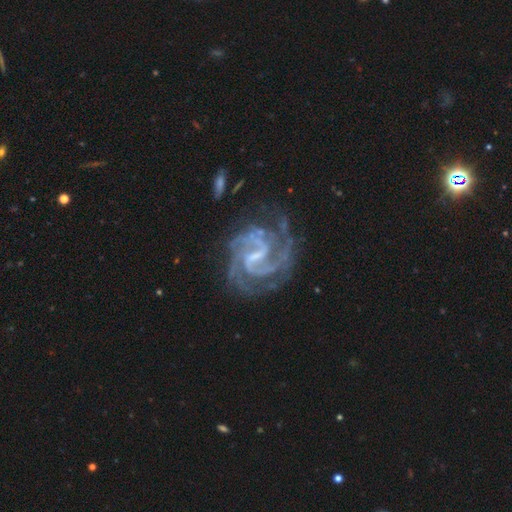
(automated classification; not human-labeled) smooth_or_featured: featured or disk (p=0.92) [alt: star or artifact p=0.05]
disk_edge_on: no (p=0.98) [alt: yes p=0.02]
bar: weak (p=0.51) [alt: strong p=0.36]
has_spiral_arms: yes (p=0.98) [alt: no p=0.02]
spiral_winding: medium (p=0.49) [alt: tight p=0.43]
spiral_arm_count: 2 (p=0.48) [alt: 3 p=0.23]
bulge_size: small (p=0.50) [alt: none p=0.28]
merging: none (p=0.65) [alt: minor disturbance p=0.19]